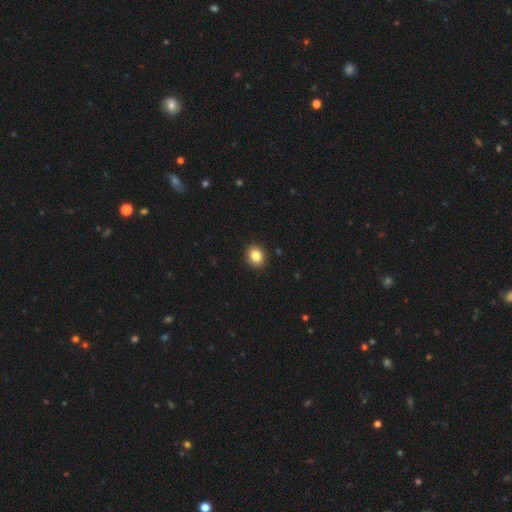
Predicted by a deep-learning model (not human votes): smooth_or_featured: smooth (p=0.85) [alt: star or artifact p=0.09]
how_rounded: round (p=0.66) [alt: in between p=0.33]
merging: none (p=0.91) [alt: minor disturbance p=0.06]